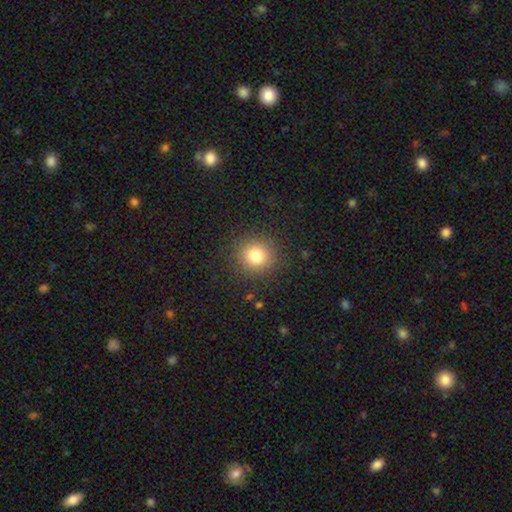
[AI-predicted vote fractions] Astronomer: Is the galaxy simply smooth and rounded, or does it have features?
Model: smooth — 79%.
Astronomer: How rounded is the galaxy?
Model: round — 89%.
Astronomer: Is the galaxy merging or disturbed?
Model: none — 89%.